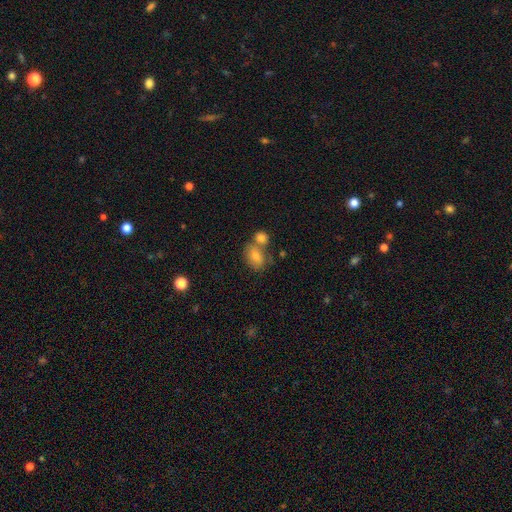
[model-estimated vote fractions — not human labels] Smooth or featured?
  - smooth: 74% *
  - featured or disk: 14%
  - star or artifact: 12%
How rounded?
  - in between: 72% *
  - round: 26%
  - cigar-shaped: 2%
Merging?
  - none: 51% *
  - merger: 33%
  - minor disturbance: 11%
  - major disturbance: 4%